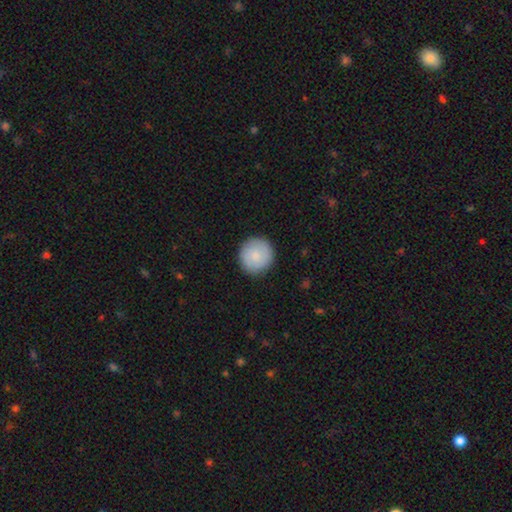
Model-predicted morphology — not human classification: Smooth or featured: smooth — 85% (featured or disk — 9%)
How rounded: round — 94% (in between — 5%)
Merging: none — 90% (minor disturbance — 7%)